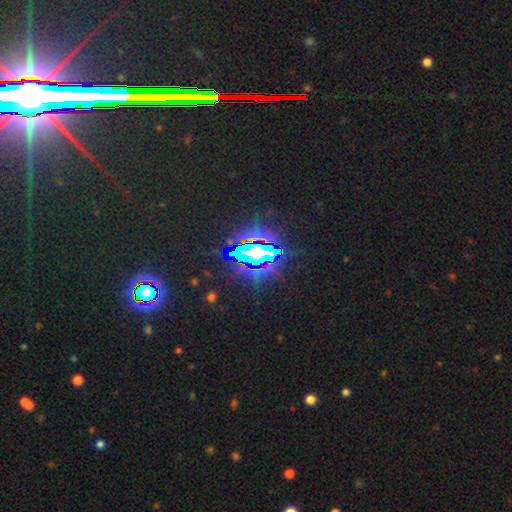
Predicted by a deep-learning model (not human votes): Smooth or featured? star or artifact (78%)